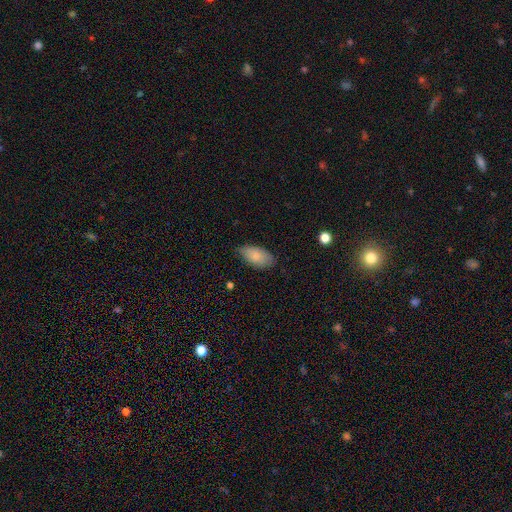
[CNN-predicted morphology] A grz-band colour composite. It shows a smooth galaxy with no disk features (85%) that is in between round and cigar-shaped (94%). Merging: none (74%).